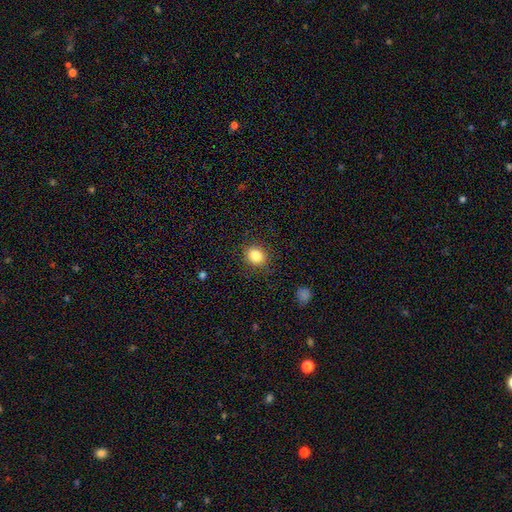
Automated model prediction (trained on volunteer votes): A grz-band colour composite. It shows a smooth galaxy with no disk features (84%) that is round (78%). Merging: none (87%).